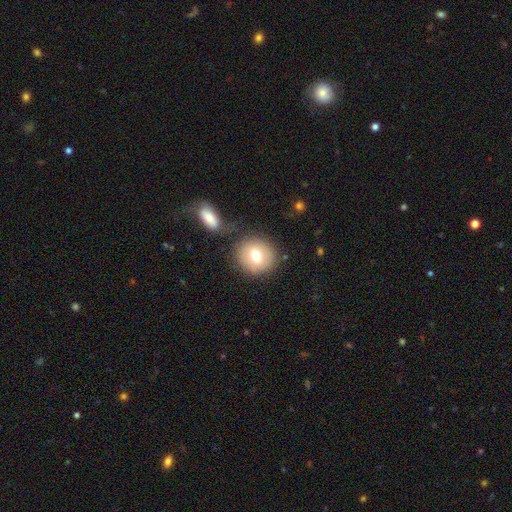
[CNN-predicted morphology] type=smooth (72%); roundness=round (85%); merging=none (73%).